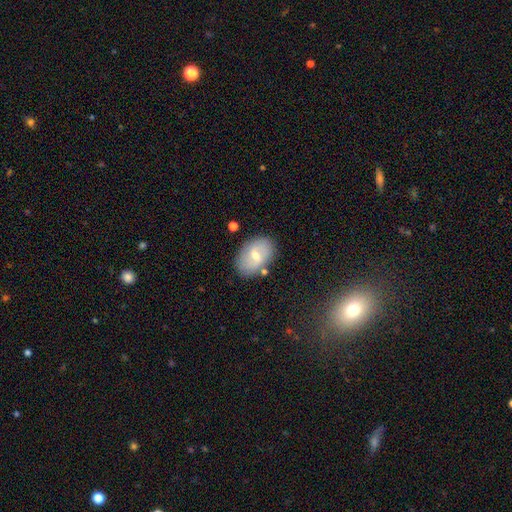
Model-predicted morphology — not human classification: Smooth or featured?
  - smooth: 48% *
  - featured or disk: 45%
  - star or artifact: 7%
Merging?
  - none: 79% *
  - minor disturbance: 13%
  - merger: 4%
  - major disturbance: 4%